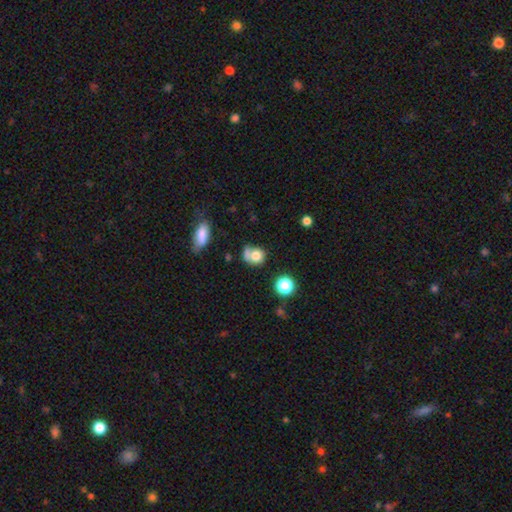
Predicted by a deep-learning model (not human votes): Overall: smooth (74%). How rounded: round (69%; in between 30%). Merging: none (39%; merger 32%).